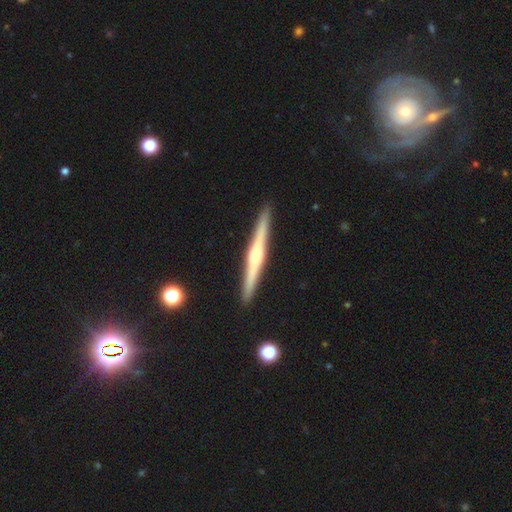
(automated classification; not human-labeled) smooth_or_featured: featured or disk (p=0.73) [alt: smooth p=0.21]
disk_edge_on: yes (p=0.98) [alt: no p=0.02]
edge_on_bulge: rounded (p=0.74) [alt: none p=0.14]
merging: none (p=0.92) [alt: minor disturbance p=0.05]